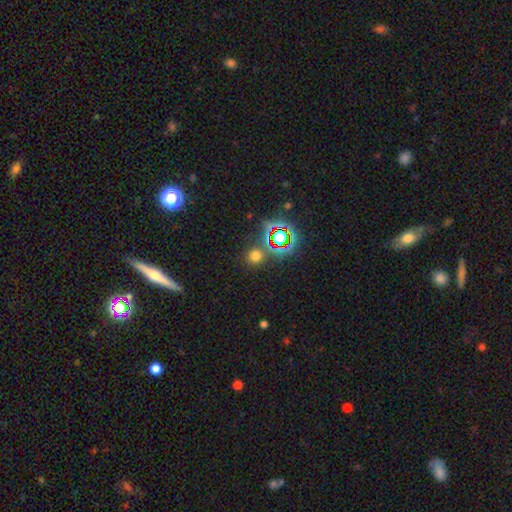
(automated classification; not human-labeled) The model was most divided on "smooth or featured": smooth: 61%, star or artifact: 33%, featured or disk: 6%. More confident: how rounded — round (91%); merging — none (82%).